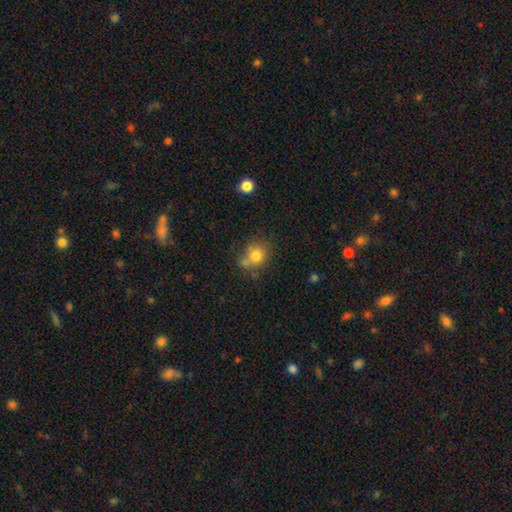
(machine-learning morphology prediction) type=smooth (77%); roundness=round (76%); merging=none (54%).